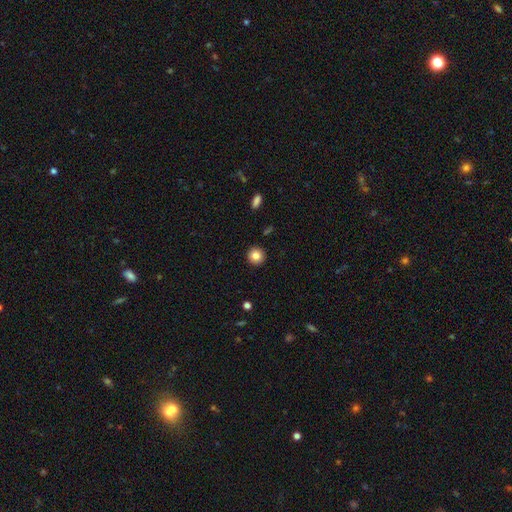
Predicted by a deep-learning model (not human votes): This is clearly a smooth galaxy (84%). How rounded: clearly round (95%). Merging: clearly none (93%).